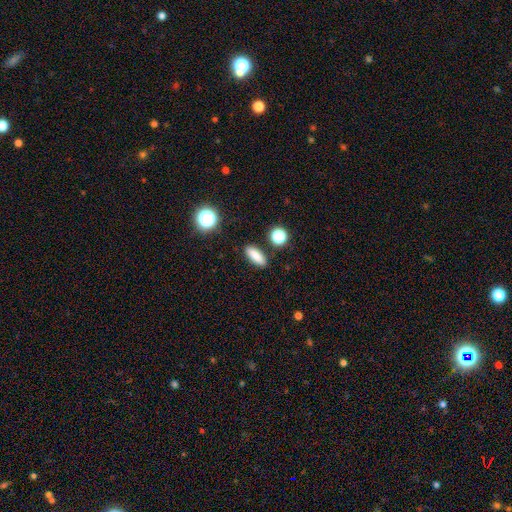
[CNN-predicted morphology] This appears to be a smooth galaxy with no disk features (83%) that is in between round and cigar-shaped (59%). Merging: none (88%).